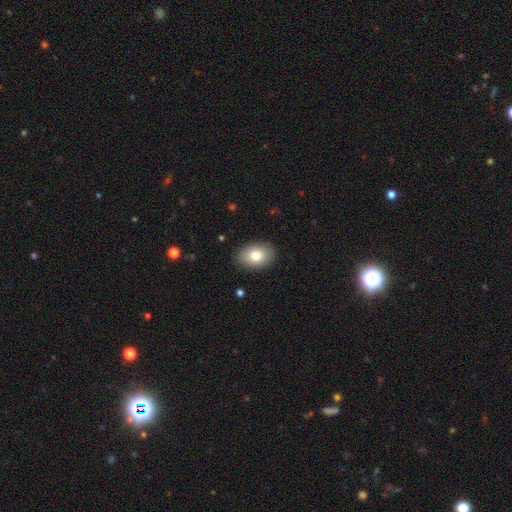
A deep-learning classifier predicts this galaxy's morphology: smooth-or-featured: smooth: 80% | featured or disk: 12% | star or artifact: 8%
  how-rounded: in between: 82% | round: 17% | cigar-shaped: 1%
  merging: none: 88% | minor disturbance: 8% | major disturbance: 2% | merger: 1%